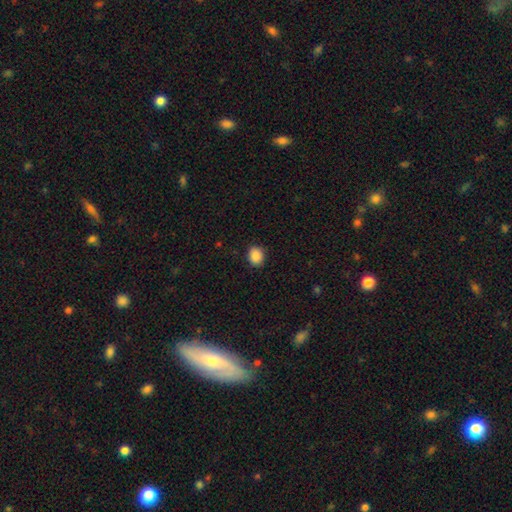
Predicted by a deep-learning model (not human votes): Morphology: type=smooth (89%); roundness=round (56%); merging=none (88%).